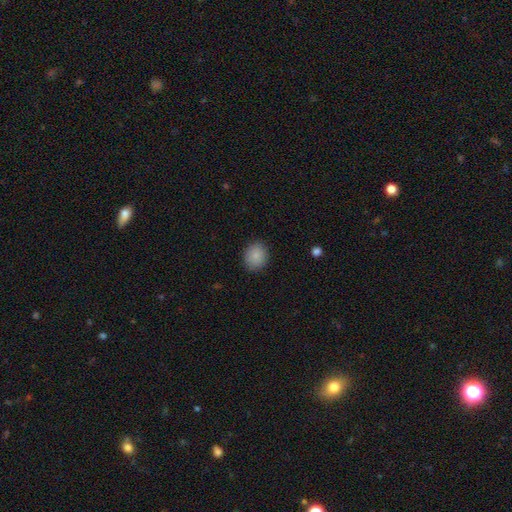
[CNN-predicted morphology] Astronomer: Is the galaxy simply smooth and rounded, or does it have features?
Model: smooth — 85%.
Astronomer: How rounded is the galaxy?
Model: round — 69%.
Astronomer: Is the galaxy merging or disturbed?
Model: none — 88%.